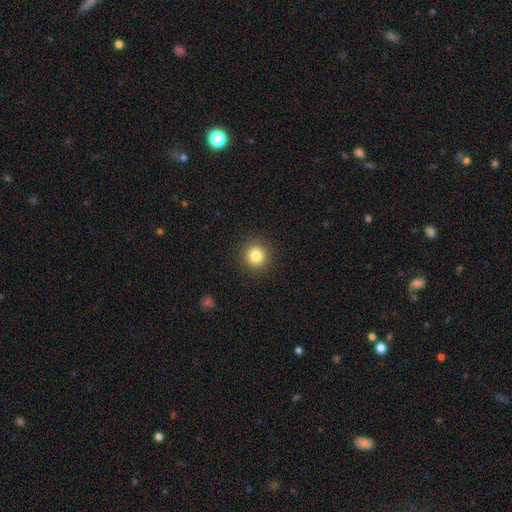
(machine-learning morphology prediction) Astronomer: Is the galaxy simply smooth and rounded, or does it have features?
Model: smooth — 82%.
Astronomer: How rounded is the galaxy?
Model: round — 94%.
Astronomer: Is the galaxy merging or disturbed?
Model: none — 92%.